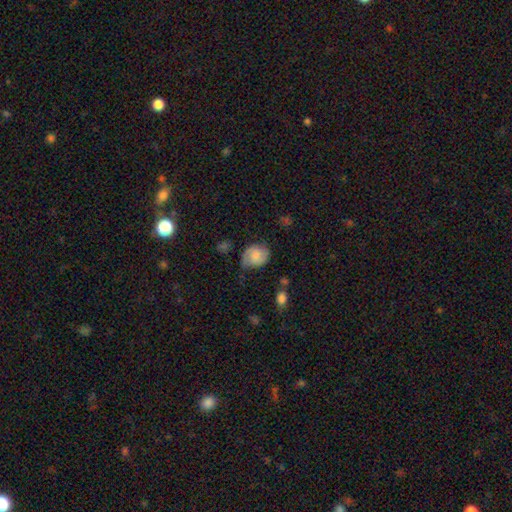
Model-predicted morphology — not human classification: A smooth galaxy with no disk features (52%) that is in between round and cigar-shaped (53%). Merging: none (62%).